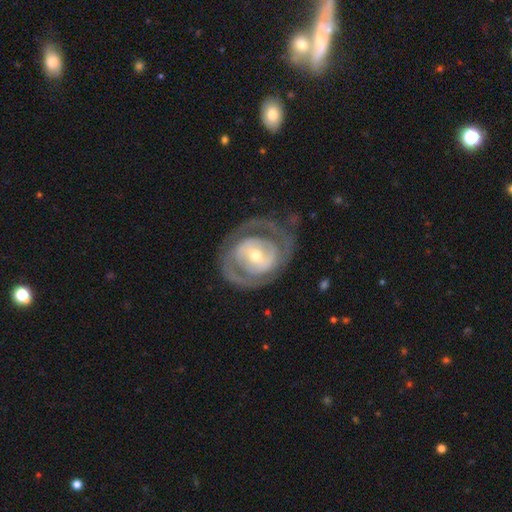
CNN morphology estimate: smooth_or_featured: featured or disk (p=0.81) [alt: smooth p=0.15]
disk_edge_on: no (p=0.96) [alt: yes p=0.04]
bar: no (p=0.43) [alt: weak p=0.35]
has_spiral_arms: yes (p=0.68) [alt: no p=0.32]
spiral_winding: tight (p=0.57) [alt: medium p=0.31]
spiral_arm_count: 2 (p=0.60) [alt: can't tell p=0.24]
bulge_size: moderate (p=0.52) [alt: small p=0.42]
merging: none (p=0.69) [alt: minor disturbance p=0.16]